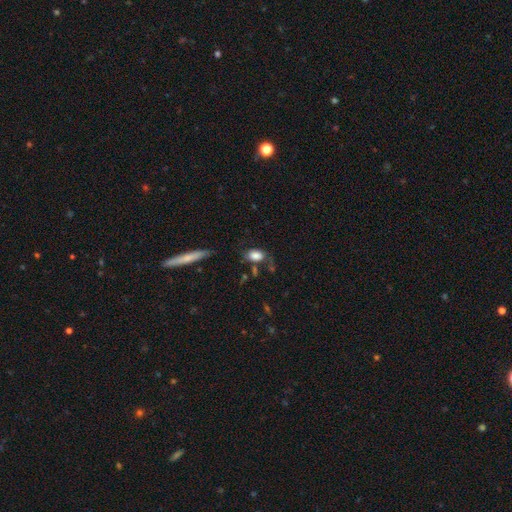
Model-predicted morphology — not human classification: A smooth galaxy with no disk features (80%) that is in between round and cigar-shaped (83%).

Vote fractions:
- Smooth or featured? smooth: 80% / featured or disk: 11% / star or artifact: 8%
- How rounded? in between: 83% / round: 14% / cigar-shaped: 3%
- Merging? none: 54% / minor disturbance: 24% / major disturbance: 13% / merger: 8%